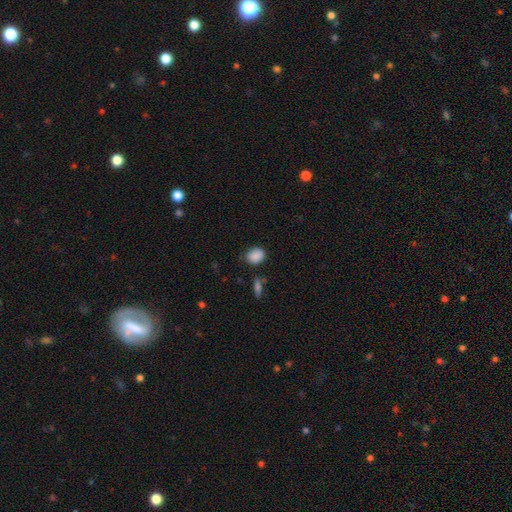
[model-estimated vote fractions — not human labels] Smooth or featured: smooth — 87% (star or artifact — 8%)
How rounded: round — 53% (in between — 46%)
Merging: none — 73% (minor disturbance — 19%)